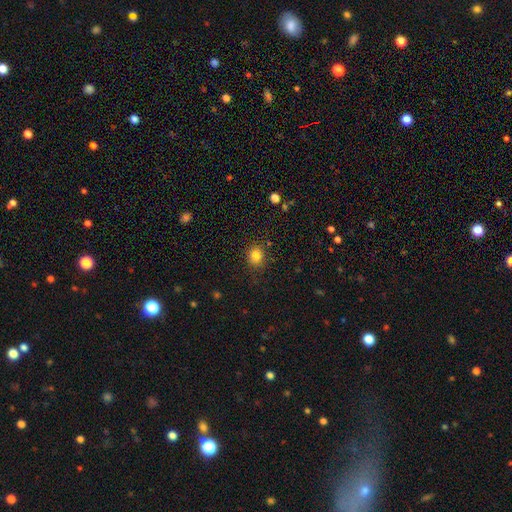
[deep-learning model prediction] Smooth or featured? smooth (83%)
How rounded? round (75%)
Merging? none (84%)